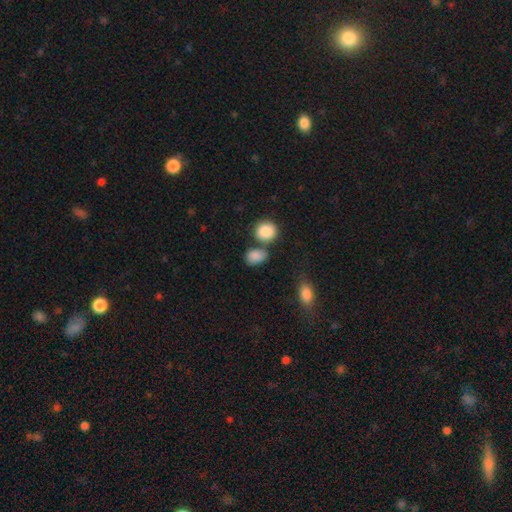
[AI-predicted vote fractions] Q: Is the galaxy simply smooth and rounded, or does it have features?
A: smooth — 87%.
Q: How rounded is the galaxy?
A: in between — 67%.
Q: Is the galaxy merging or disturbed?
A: none — 55%.